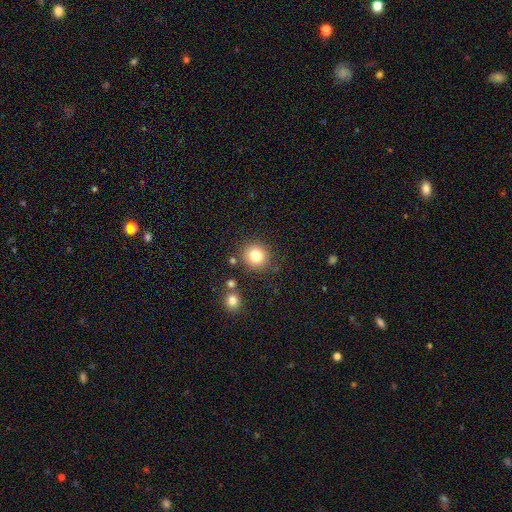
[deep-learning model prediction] smooth 82%, star or artifact 11%, featured or disk 7%. Down the decision tree: how rounded — round (91%); merging — none (84%).